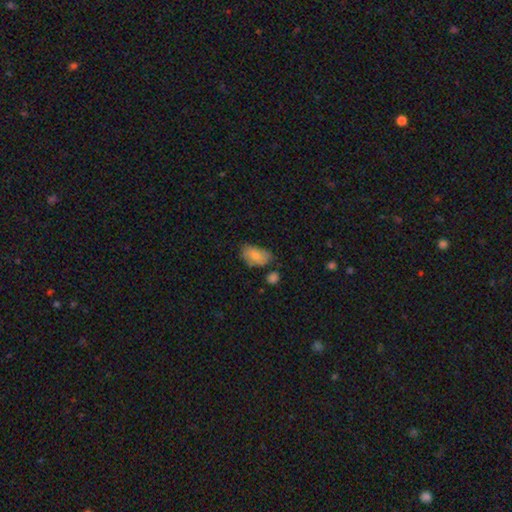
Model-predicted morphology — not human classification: The model was most divided on "merging": none: 54%, minor disturbance: 33%, major disturbance: 8%, merger: 5%. More confident: how rounded — in between (91%); smooth or featured — smooth (76%).